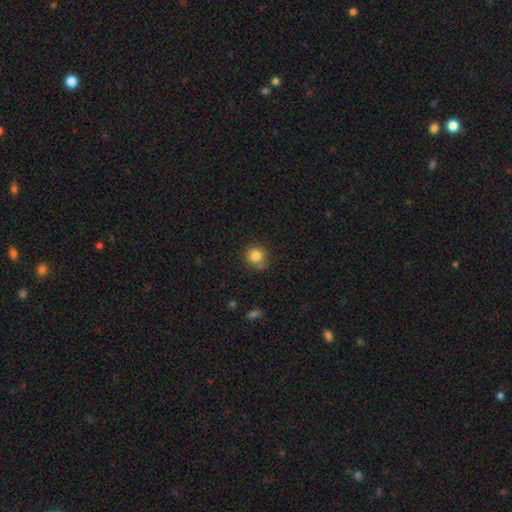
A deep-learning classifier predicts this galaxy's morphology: This appears to be a smooth galaxy with no disk features (84%) that is round (88%). Merging: none (73%).